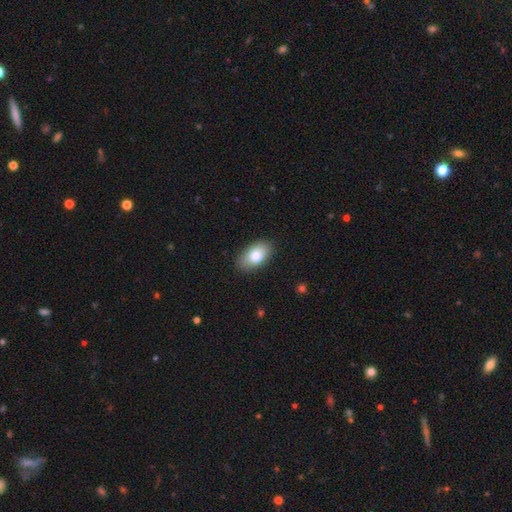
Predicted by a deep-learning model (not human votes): Morphology: type=smooth (79%); roundness=in between (93%); merging=none (87%).